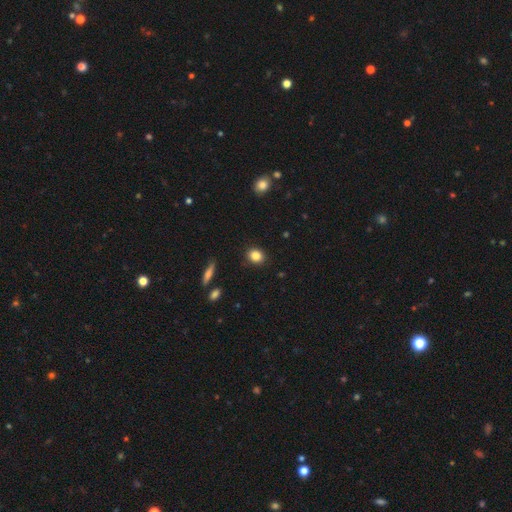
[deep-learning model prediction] A smooth galaxy with no disk features (84%) that is round (70%). Merging: none (89%).